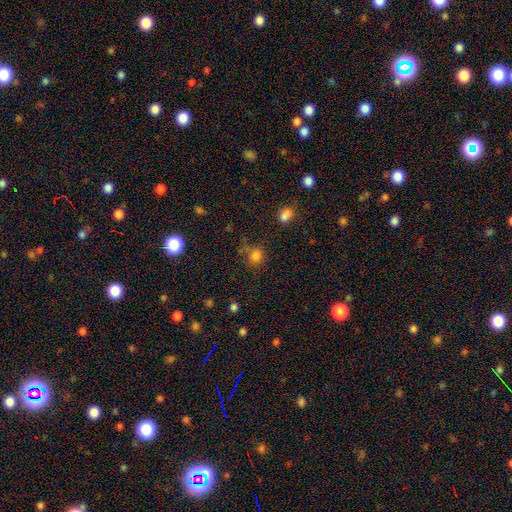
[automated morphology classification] The model was most divided on "merging": none: 69%, minor disturbance: 17%, merger: 7%, major disturbance: 7%. More confident: how rounded — round (84%); smooth or featured — smooth (78%).